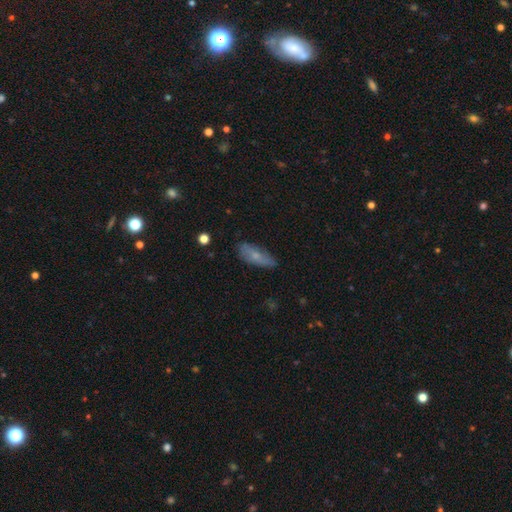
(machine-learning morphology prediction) A smooth galaxy with no disk features (67%) that is in between round and cigar-shaped (63%).

Vote fractions:
- Smooth or featured? smooth: 67% / featured or disk: 26% / star or artifact: 7%
- How rounded? in between: 63% / cigar-shaped: 35% / round: 3%
- Merging? none: 72% / minor disturbance: 22% / major disturbance: 4% / merger: 2%